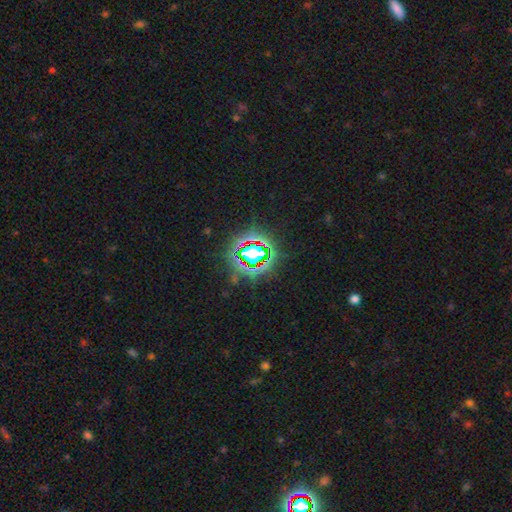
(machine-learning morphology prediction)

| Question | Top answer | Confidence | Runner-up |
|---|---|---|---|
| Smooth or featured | star or artifact | 79% | smooth (12%) |